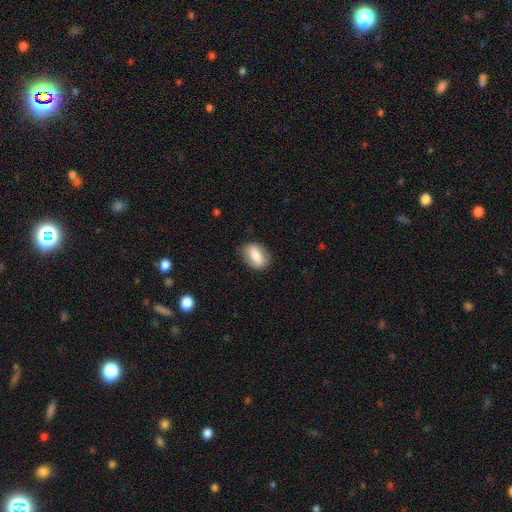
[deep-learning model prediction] A smooth galaxy with no disk features (76%) that is in between round and cigar-shaped (81%).

Vote fractions:
- Smooth or featured? smooth: 76% / featured or disk: 17% / star or artifact: 7%
- How rounded? in between: 81% / round: 17% / cigar-shaped: 2%
- Merging? none: 79% / minor disturbance: 16% / major disturbance: 4% / merger: 1%